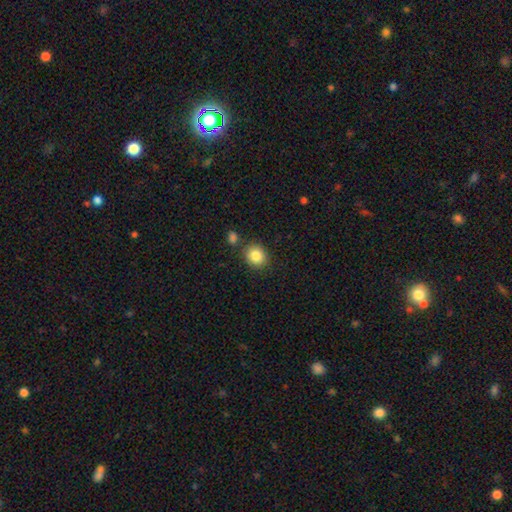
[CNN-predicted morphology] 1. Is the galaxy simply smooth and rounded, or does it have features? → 85% smooth, 9% star or artifact, 6% featured or disk.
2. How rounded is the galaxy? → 73% round, 26% in between, 1% cigar-shaped.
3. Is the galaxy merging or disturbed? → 81% none, 9% minor disturbance, 7% merger, 3% major disturbance.